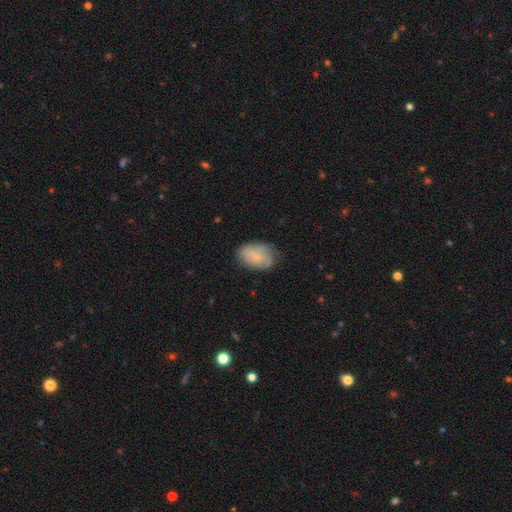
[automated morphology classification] Smooth or featured: smooth — 60% (featured or disk — 32%)
How rounded: in between — 86% (round — 13%)
Merging: none — 66% (minor disturbance — 25%)